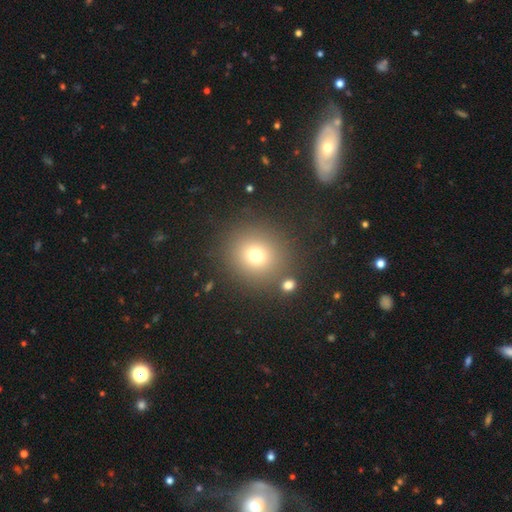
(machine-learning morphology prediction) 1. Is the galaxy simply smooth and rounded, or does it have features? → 72% smooth, 18% star or artifact, 11% featured or disk.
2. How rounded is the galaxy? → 90% round, 9% in between, 1% cigar-shaped.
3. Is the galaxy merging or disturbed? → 84% none, 7% minor disturbance, 5% merger, 4% major disturbance.